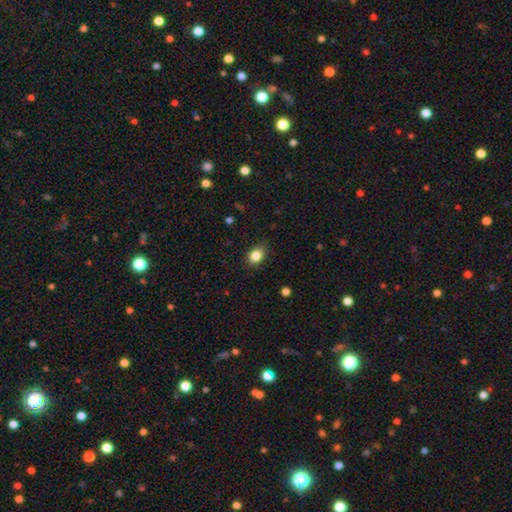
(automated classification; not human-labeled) Smooth or featured? Predicted: smooth (p=0.85). How rounded? Predicted: in between (p=0.61). Merging? Predicted: none (p=0.83).